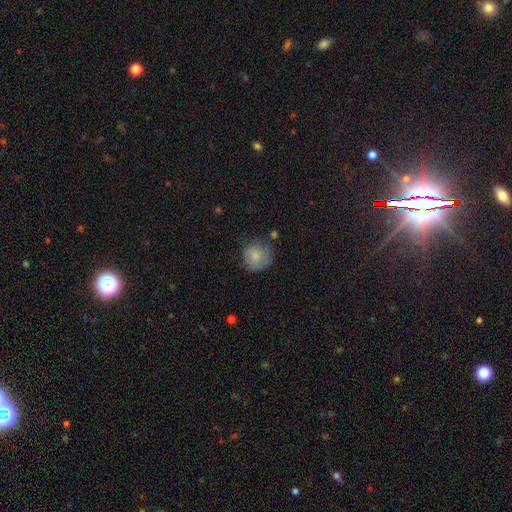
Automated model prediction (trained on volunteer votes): The model was most divided on "merging": none: 63%, minor disturbance: 25%, major disturbance: 8%, merger: 3%. More confident: how rounded — round (88%); smooth or featured — smooth (80%).